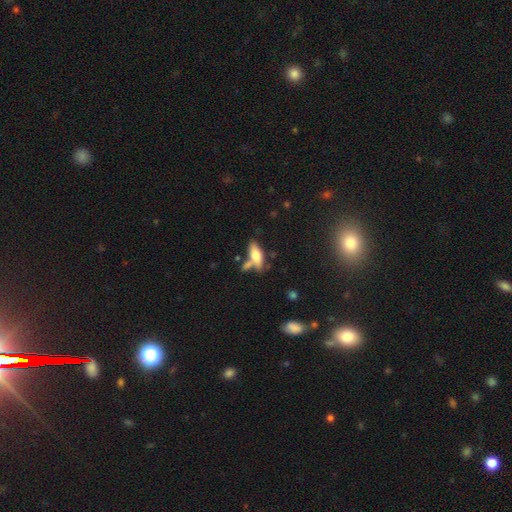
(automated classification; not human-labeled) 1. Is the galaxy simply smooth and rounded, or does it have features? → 66% smooth, 26% featured or disk, 8% star or artifact.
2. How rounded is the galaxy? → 67% in between, 31% cigar-shaped, 3% round.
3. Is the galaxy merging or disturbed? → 50% none, 26% merger, 17% minor disturbance, 7% major disturbance.